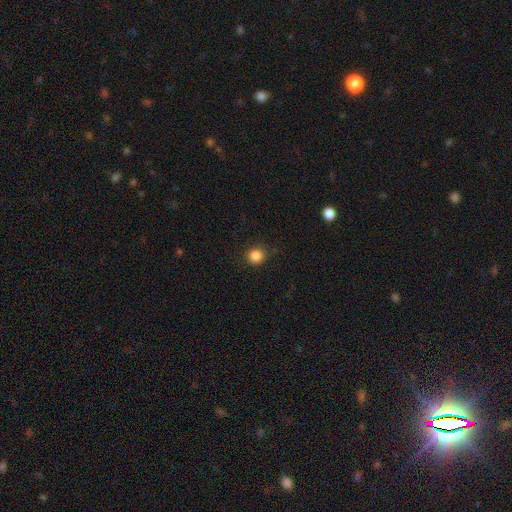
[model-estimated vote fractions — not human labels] Q: Smooth or featured?
A: smooth (86%); runner-up: star or artifact (11%)
Q: How rounded?
A: round (90%); runner-up: in between (9%)
Q: Merging?
A: none (88%); runner-up: minor disturbance (8%)